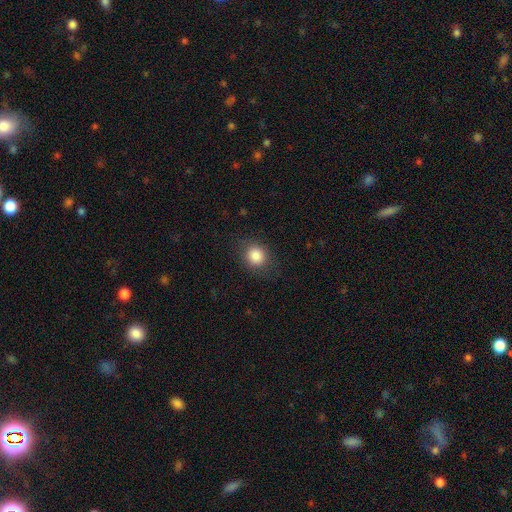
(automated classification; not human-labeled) Smooth or featured? Predicted: smooth (p=0.85). How rounded? Predicted: round (p=0.78). Merging? Predicted: none (p=0.84).